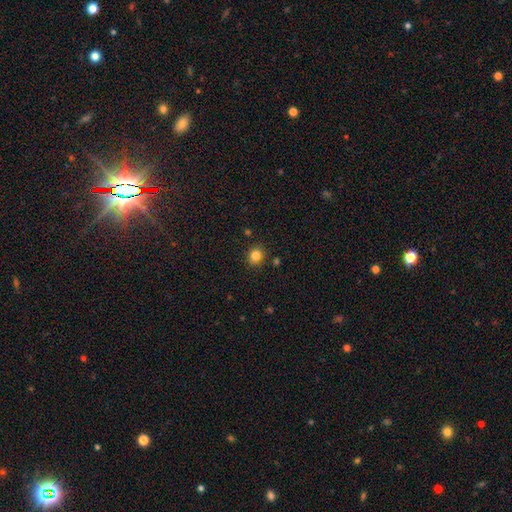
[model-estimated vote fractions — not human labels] Smooth or featured? Predicted: smooth (p=0.82). How rounded? Predicted: round (p=0.71). Merging? Predicted: none (p=0.88).